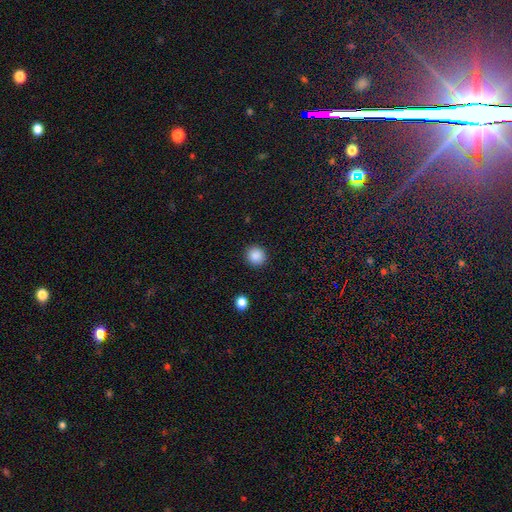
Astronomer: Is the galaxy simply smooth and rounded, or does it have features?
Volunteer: smooth — 89%.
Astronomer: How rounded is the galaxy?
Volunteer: round — 94%.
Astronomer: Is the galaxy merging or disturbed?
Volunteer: none — 92%.